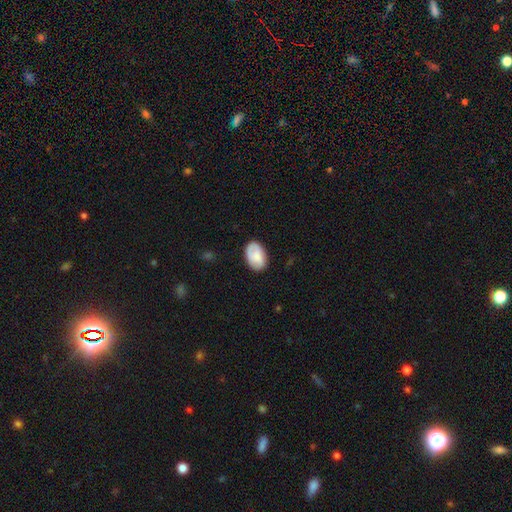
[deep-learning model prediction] A smooth galaxy with no disk features (76%) that is in between round and cigar-shaped (91%).

Vote fractions:
- Smooth or featured? smooth: 76% / featured or disk: 18% / star or artifact: 7%
- How rounded? in between: 91% / round: 8% / cigar-shaped: 1%
- Merging? none: 79% / minor disturbance: 16% / major disturbance: 3% / merger: 1%